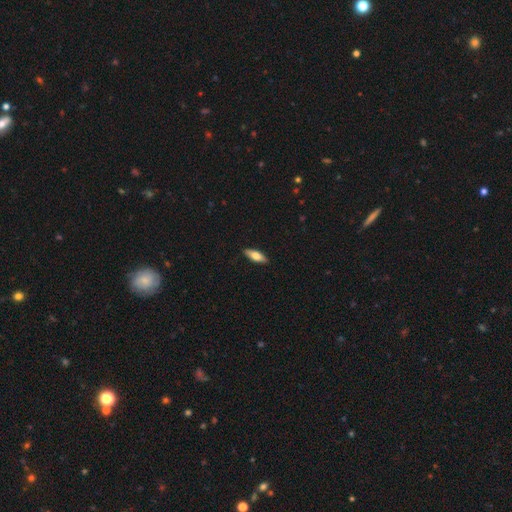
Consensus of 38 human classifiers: Volunteers were most divided on "smooth or featured": smooth: 68%, featured or disk: 26%, star or artifact: 5%. More confident: merging — none (92%); how rounded — in between (77%).